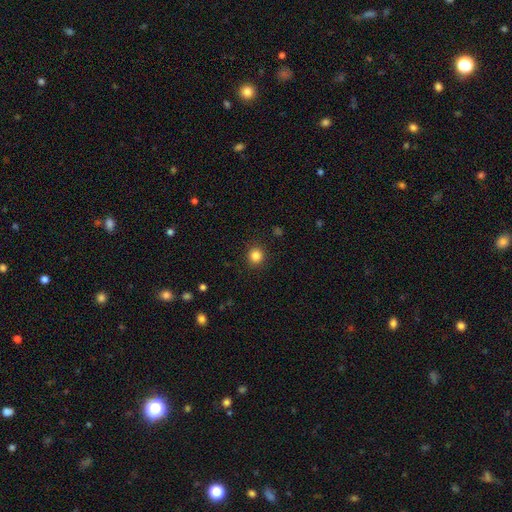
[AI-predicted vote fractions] Smooth or featured? Predicted: smooth (p=0.84). How rounded? Predicted: round (p=0.90). Merging? Predicted: none (p=0.91).